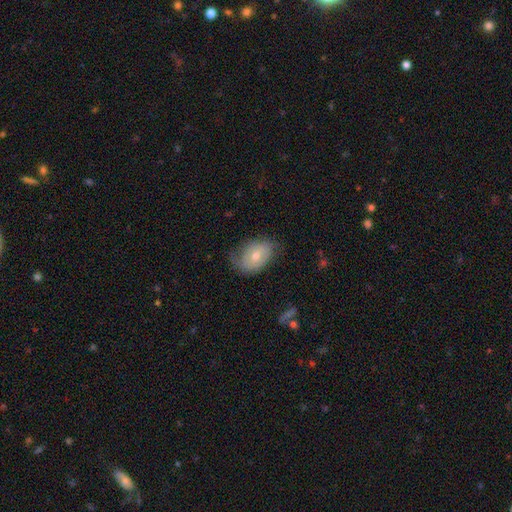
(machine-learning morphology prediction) smooth-or-featured: smooth: 46% | featured or disk: 45% | star or artifact: 9%
  merging: none: 60% | minor disturbance: 28% | major disturbance: 11% | merger: 1%